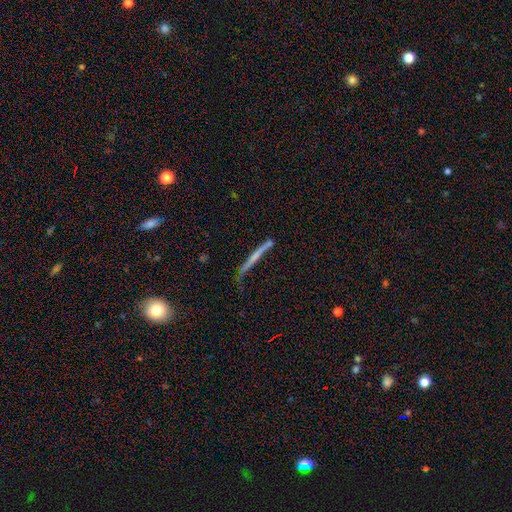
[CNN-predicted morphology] Overall: featured or disk (54%; smooth 38%). Edge-on disk: yes (92%). Merging: none (61%; minor disturbance 23%).